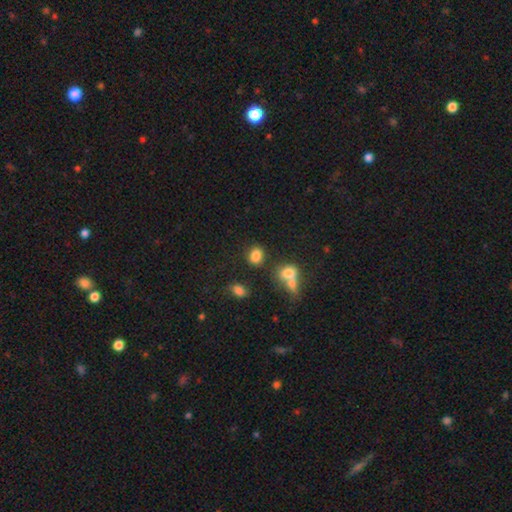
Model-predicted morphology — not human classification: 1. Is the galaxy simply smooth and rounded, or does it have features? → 83% smooth, 11% star or artifact, 6% featured or disk.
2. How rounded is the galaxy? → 57% in between, 41% round, 2% cigar-shaped.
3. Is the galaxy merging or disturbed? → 68% none, 14% merger, 12% minor disturbance, 5% major disturbance.